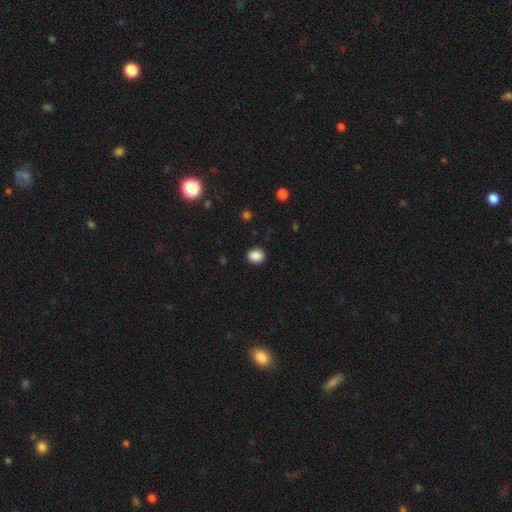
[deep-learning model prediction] Overall: smooth (88%). How rounded: round (62%; in between 38%). Merging: none (90%).